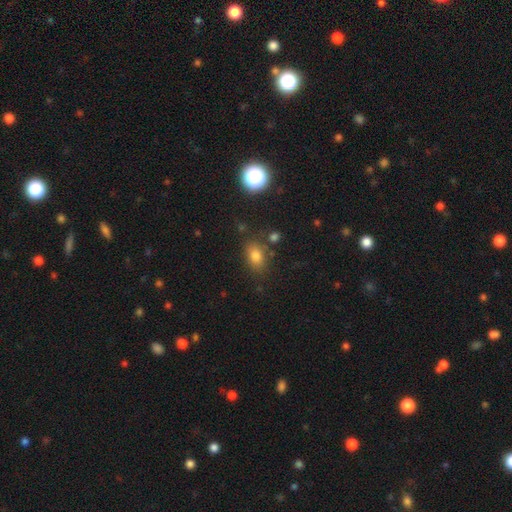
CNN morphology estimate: The model was most divided on "how rounded": in between: 76%, round: 22%, cigar-shaped: 2%. More confident: smooth or featured — smooth (77%); merging — none (75%).